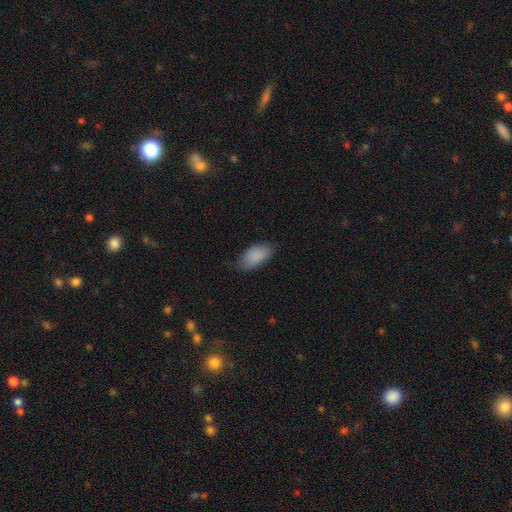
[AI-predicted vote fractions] smooth 88%, star or artifact 7%, featured or disk 5%. Down the decision tree: how rounded — in between (93%); merging — none (73%).